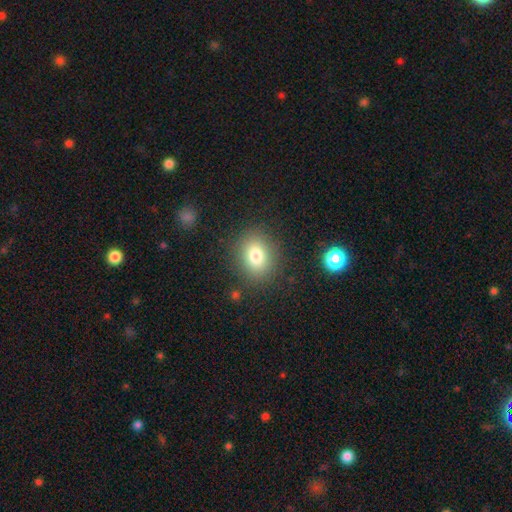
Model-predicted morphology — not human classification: Smooth or featured?
  - smooth: 79% *
  - star or artifact: 12%
  - featured or disk: 10%
How rounded?
  - round: 55% *
  - in between: 44%
  - cigar-shaped: 1%
Merging?
  - none: 85% *
  - minor disturbance: 9%
  - major disturbance: 4%
  - merger: 2%